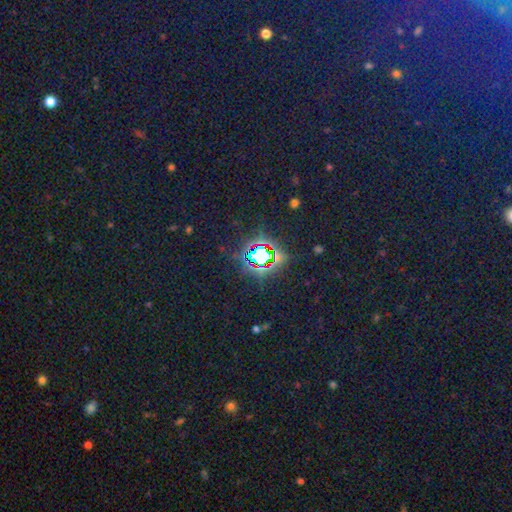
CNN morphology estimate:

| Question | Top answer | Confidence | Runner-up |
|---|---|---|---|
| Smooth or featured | star or artifact | 80% | smooth (13%) |